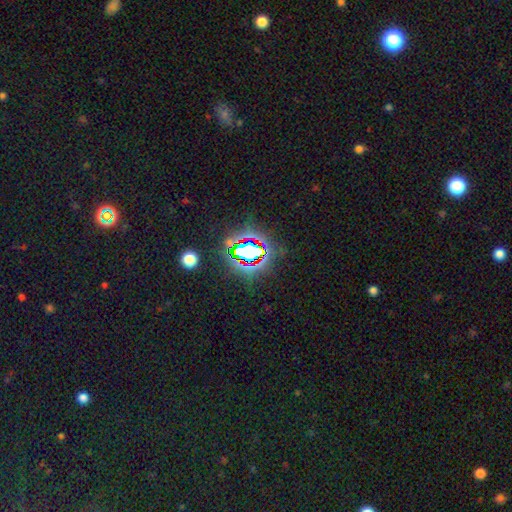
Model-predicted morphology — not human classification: This appears to be a star or artifact, not a galaxy (73%).